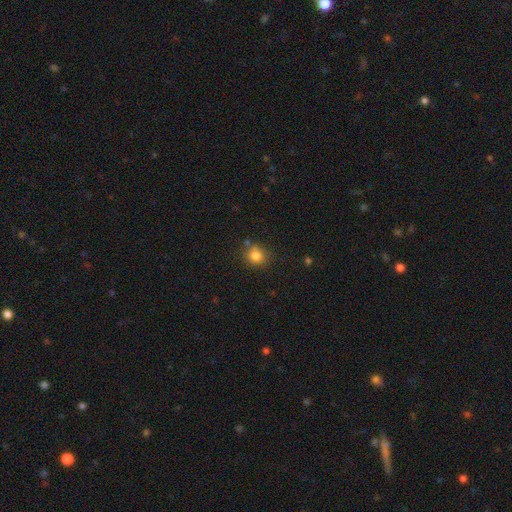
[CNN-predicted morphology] smooth 81%, star or artifact 12%, featured or disk 7%. Down the decision tree: how rounded — round (84%); merging — none (74%).